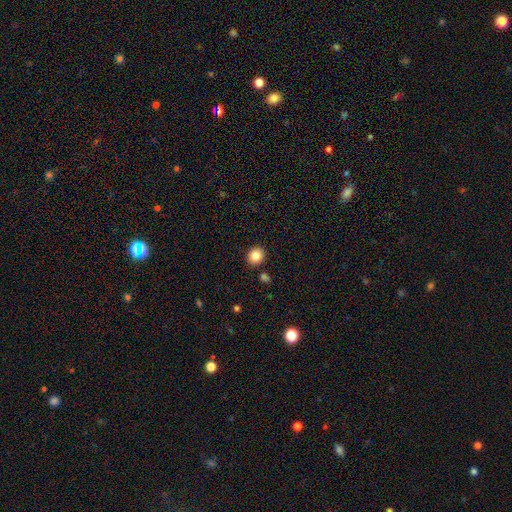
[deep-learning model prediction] Morphology: type=smooth (86%); roundness=round (75%); merging=none (88%).